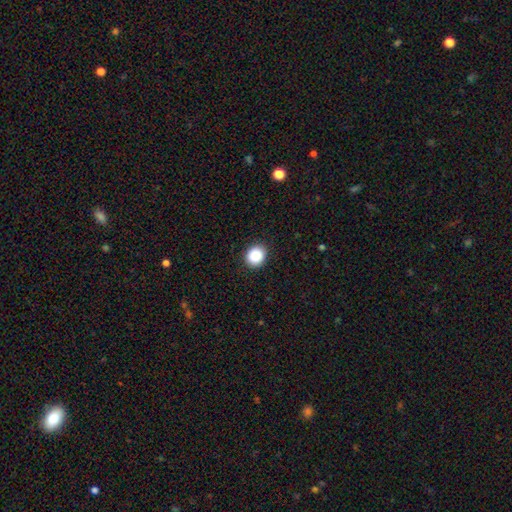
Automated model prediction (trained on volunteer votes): A smooth galaxy with no disk features (89%) that is round (76%). Merging: none (91%).